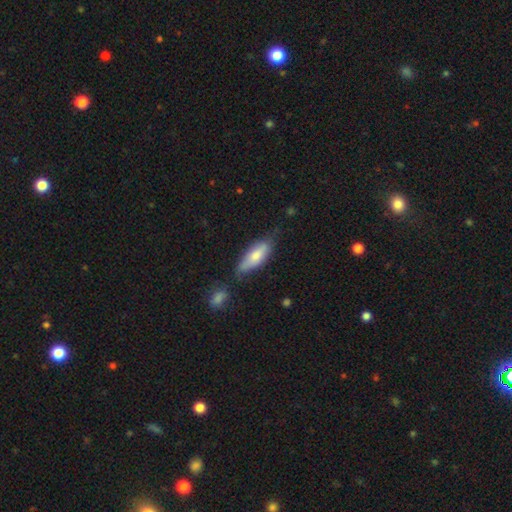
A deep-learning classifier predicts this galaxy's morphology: Smooth or featured? smooth (64%)
How rounded? in between (65%)
Merging? none (60%)